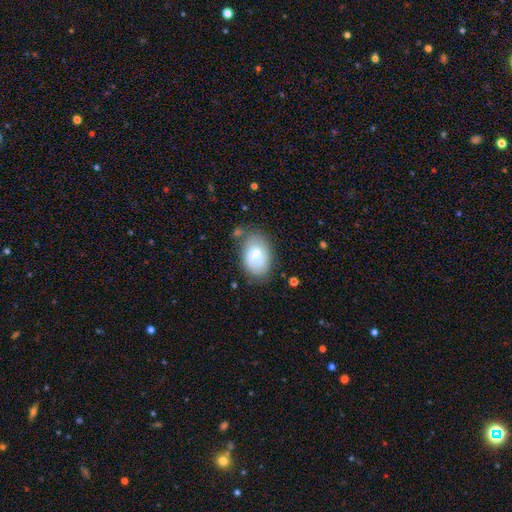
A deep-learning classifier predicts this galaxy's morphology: Smooth or featured?
  - smooth: 74% *
  - featured or disk: 19%
  - star or artifact: 7%
How rounded?
  - in between: 87% *
  - round: 12%
  - cigar-shaped: 1%
Merging?
  - none: 67% *
  - minor disturbance: 22%
  - major disturbance: 6%
  - merger: 6%